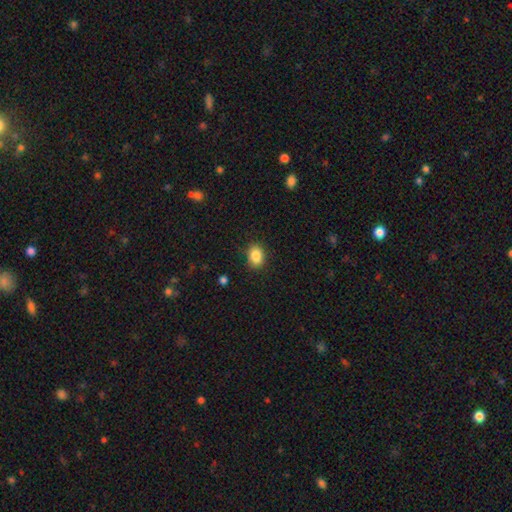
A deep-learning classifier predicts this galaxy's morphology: smooth_or_featured: smooth (p=0.86) [alt: star or artifact p=0.09]
how_rounded: in between (p=0.63) [alt: round p=0.36]
merging: none (p=0.87) [alt: minor disturbance p=0.09]